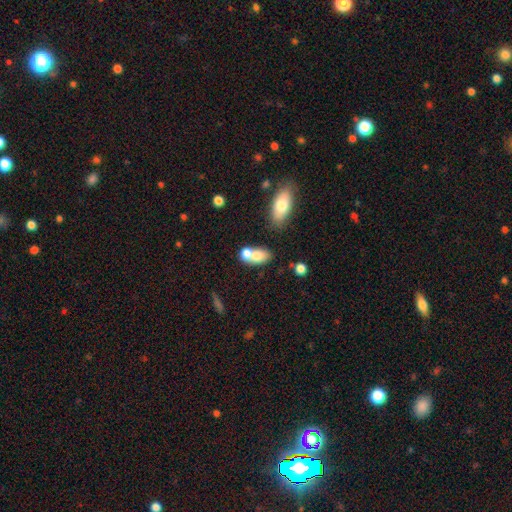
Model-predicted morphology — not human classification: Smooth or featured?
  - smooth: 73% *
  - featured or disk: 18%
  - star or artifact: 9%
How rounded?
  - in between: 80% *
  - round: 17%
  - cigar-shaped: 3%
Merging?
  - merger: 60% *
  - none: 27%
  - minor disturbance: 9%
  - major disturbance: 4%